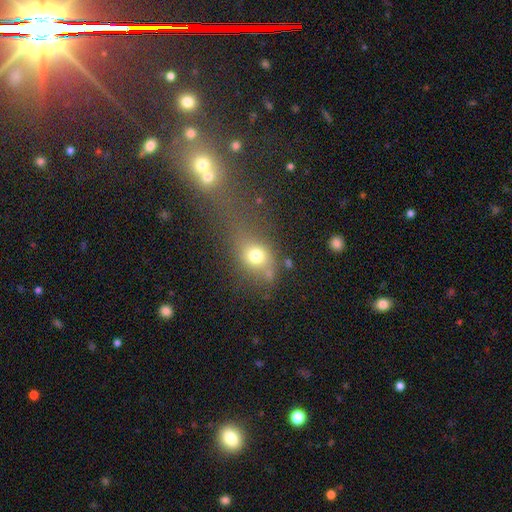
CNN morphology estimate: smooth-or-featured: smooth: 71% | star or artifact: 16% | featured or disk: 13%
  how-rounded: round: 51% | in between: 45% | cigar-shaped: 4%
  merging: none: 41% | merger: 32% | major disturbance: 14% | minor disturbance: 14%